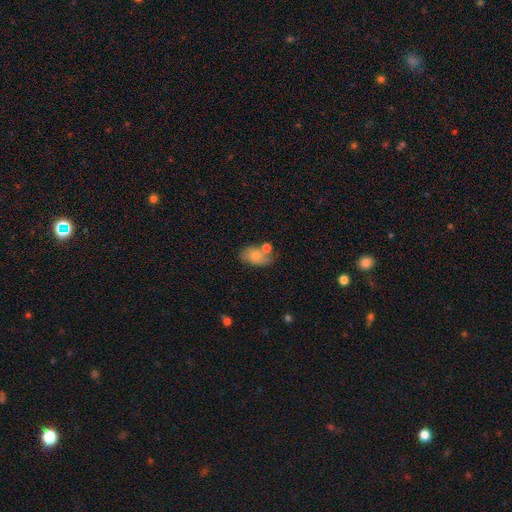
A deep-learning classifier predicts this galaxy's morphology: Smooth or featured?
  - smooth: 69% *
  - featured or disk: 23%
  - star or artifact: 9%
How rounded?
  - in between: 84% *
  - round: 14%
  - cigar-shaped: 2%
Merging?
  - none: 45% *
  - merger: 25%
  - minor disturbance: 22%
  - major disturbance: 8%